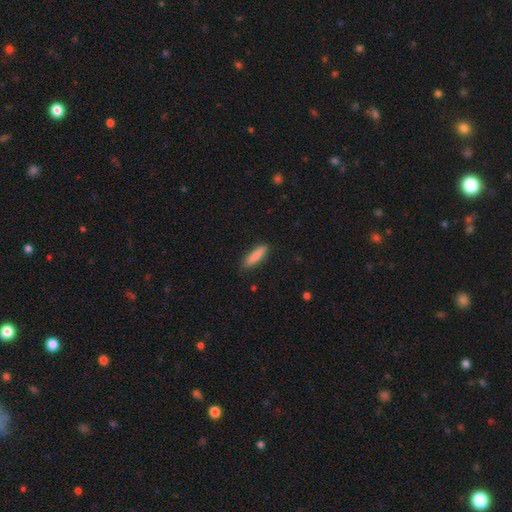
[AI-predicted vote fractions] smooth_or_featured: smooth (p=0.88) [alt: featured or disk p=0.06]
how_rounded: cigar-shaped (p=0.68) [alt: in between p=0.31]
merging: none (p=0.86) [alt: minor disturbance p=0.11]